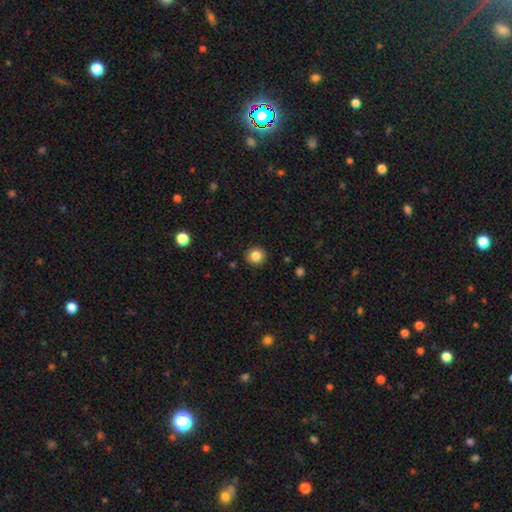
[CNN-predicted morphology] A smooth galaxy with no disk features (84%) that is round (93%). Merging: none (92%).